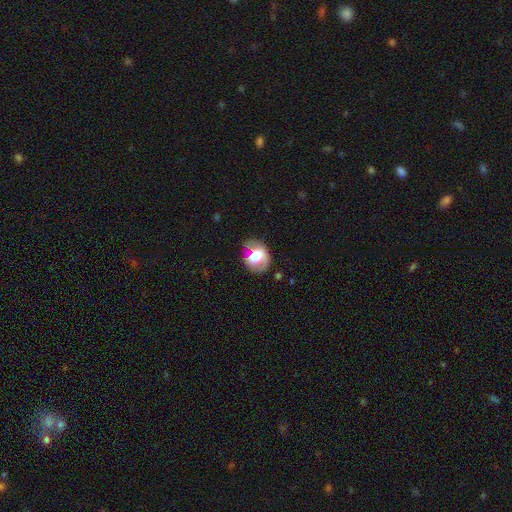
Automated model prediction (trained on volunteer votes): Smooth or featured? Predicted: featured or disk (p=0.46, tied with smooth). Merging? Predicted: none (p=0.56).